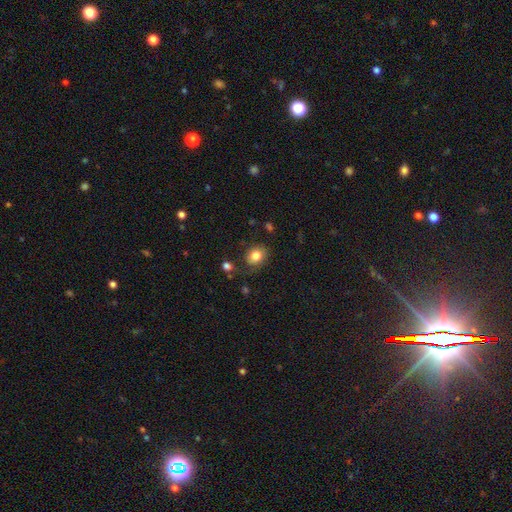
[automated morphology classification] Smooth or featured? smooth (81%)
How rounded? round (53%)
Merging? none (73%)